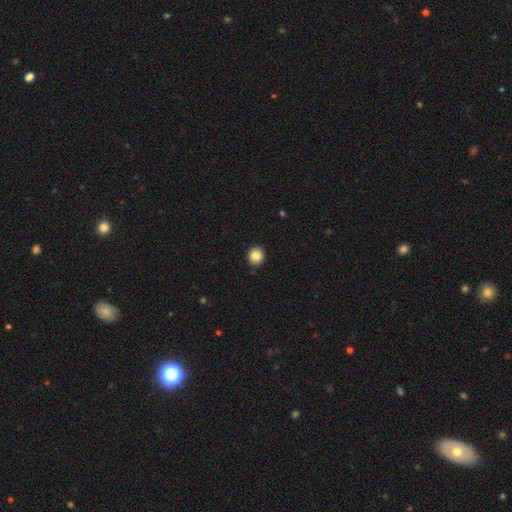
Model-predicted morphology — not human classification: A smooth galaxy with no disk features (86%) that is round (93%).

Vote fractions:
- Smooth or featured? smooth: 86% / star or artifact: 10% / featured or disk: 4%
- How rounded? round: 93% / in between: 6% / cigar-shaped: 1%
- Merging? none: 92% / minor disturbance: 6% / major disturbance: 2% / merger: 1%